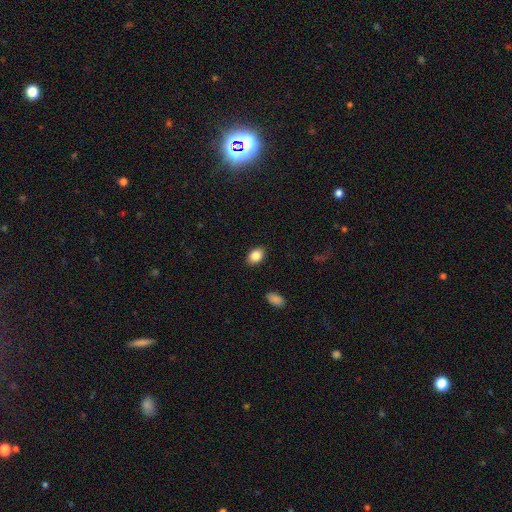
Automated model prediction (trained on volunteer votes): This appears to be a smooth galaxy with no disk features (86%) that is in between round and cigar-shaped (80%). Merging: none (88%).